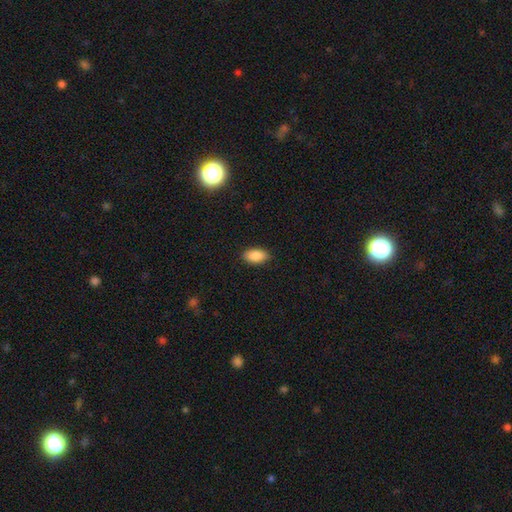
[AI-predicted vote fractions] A smooth galaxy with no disk features (89%) that is in between round and cigar-shaped (93%).

Vote fractions:
- Smooth or featured? smooth: 89% / star or artifact: 7% / featured or disk: 4%
- How rounded? in between: 93% / round: 4% / cigar-shaped: 3%
- Merging? none: 87% / minor disturbance: 10% / major disturbance: 2% / merger: 1%